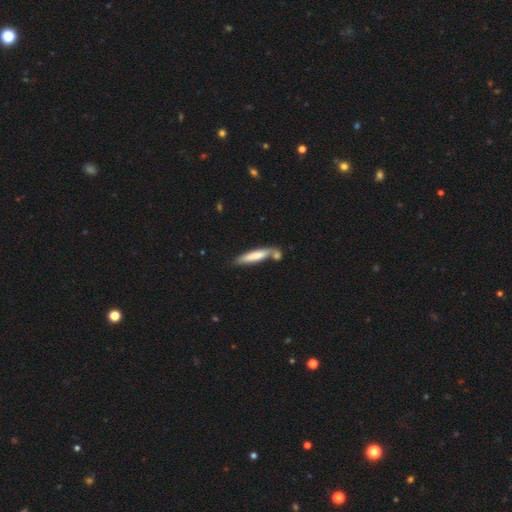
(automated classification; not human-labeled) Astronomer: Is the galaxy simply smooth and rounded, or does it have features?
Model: smooth — 70%.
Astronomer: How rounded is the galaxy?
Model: cigar-shaped — 84%.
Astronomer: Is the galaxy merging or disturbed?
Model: none — 52% (runner-up: merger, 27%).